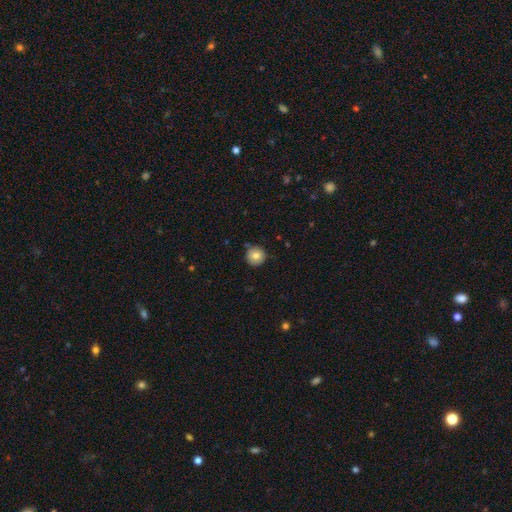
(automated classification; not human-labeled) Overall: smooth (81%). How rounded: round (95%). Merging: none (85%).